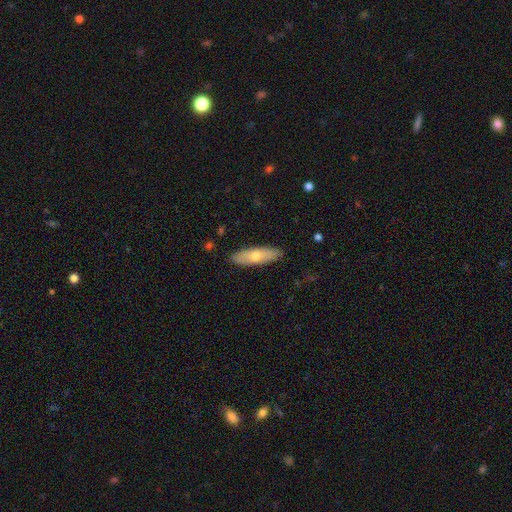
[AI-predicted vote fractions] A smooth galaxy with no disk features (62%) that is cigar-shaped (55%).

Vote fractions:
- Smooth or featured? smooth: 62% / featured or disk: 32% / star or artifact: 6%
- How rounded? cigar-shaped: 55% / in between: 43% / round: 2%
- Merging? none: 89% / minor disturbance: 8% / major disturbance: 2% / merger: 1%